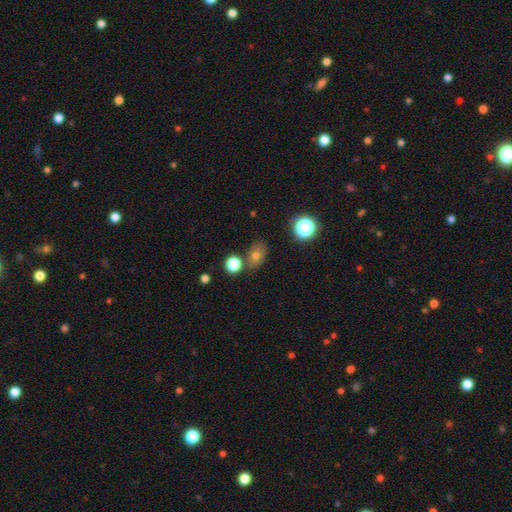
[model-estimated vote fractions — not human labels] Smooth or featured?
  - smooth: 71% *
  - star or artifact: 16%
  - featured or disk: 13%
How rounded?
  - in between: 72% *
  - round: 26%
  - cigar-shaped: 2%
Merging?
  - none: 73% *
  - minor disturbance: 13%
  - merger: 11%
  - major disturbance: 4%